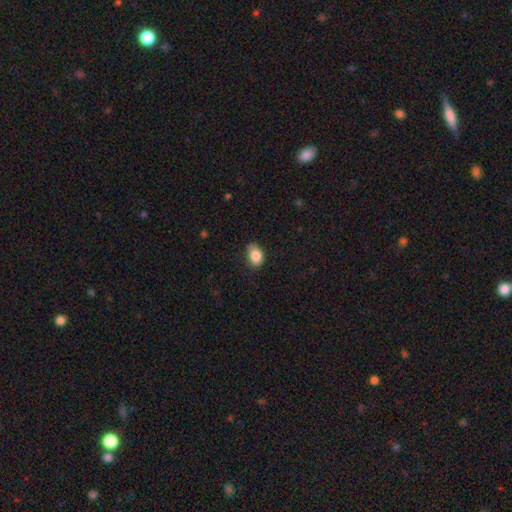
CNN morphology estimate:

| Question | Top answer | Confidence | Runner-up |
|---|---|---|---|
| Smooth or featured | smooth | 85% | star or artifact (9%) |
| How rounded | in between | 77% | round (22%) |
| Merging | none | 67% | minor disturbance (27%) |